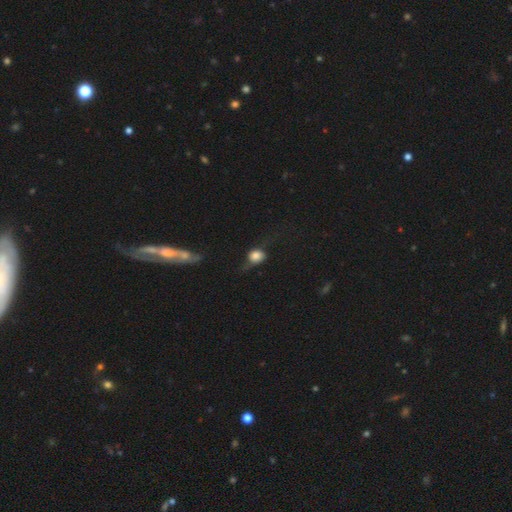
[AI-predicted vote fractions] A smooth galaxy with no disk features (71%) that is round (61%). Merging: none (40%).